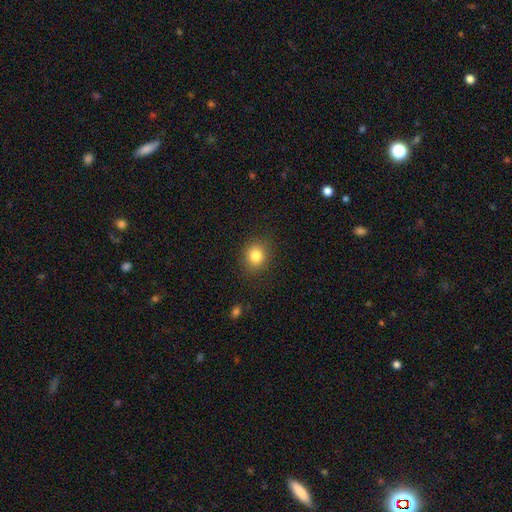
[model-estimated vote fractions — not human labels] smooth_or_featured: smooth (p=0.82) [alt: star or artifact p=0.11]
how_rounded: round (p=0.78) [alt: in between p=0.21]
merging: none (p=0.88) [alt: minor disturbance p=0.08]